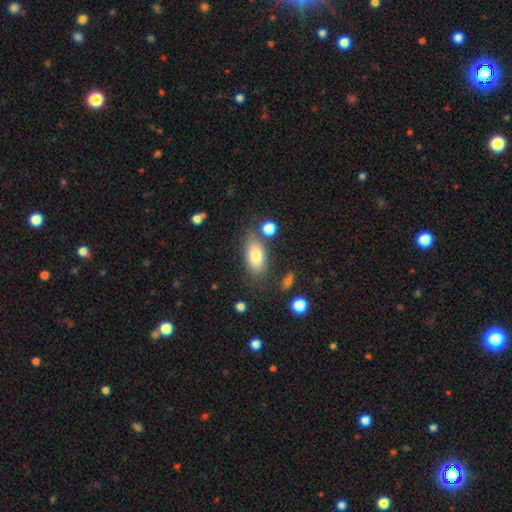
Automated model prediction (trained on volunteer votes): Smooth or featured? smooth (77%)
How rounded? in between (89%)
Merging? none (71%)